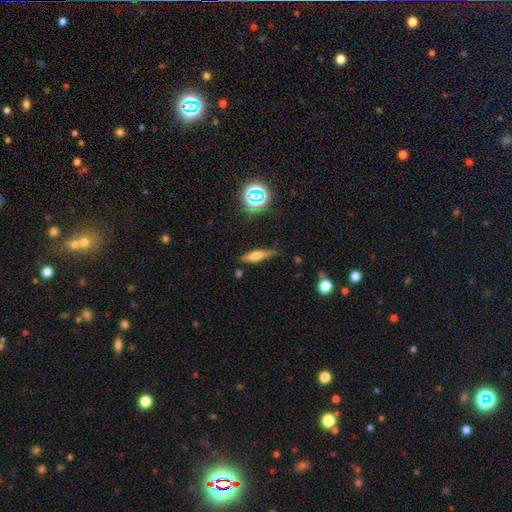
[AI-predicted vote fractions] smooth 49%, featured or disk 39%, star or artifact 12%. Down the decision tree: merging — none (74%).